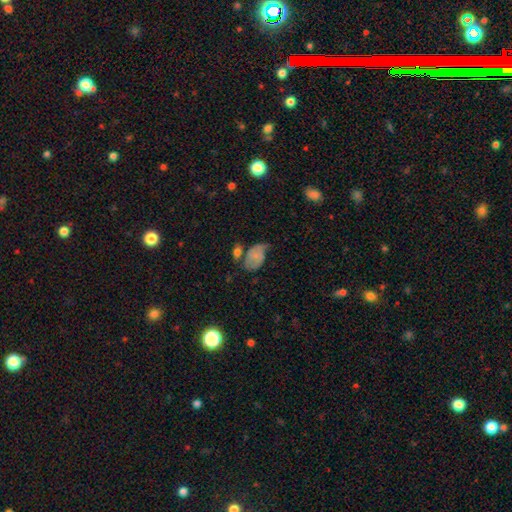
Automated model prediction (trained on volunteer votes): Smooth or featured?
  - smooth: 60% *
  - featured or disk: 31%
  - star or artifact: 10%
How rounded?
  - in between: 85% *
  - round: 13%
  - cigar-shaped: 2%
Merging?
  - minor disturbance: 31% *
  - none: 29%
  - major disturbance: 22%
  - merger: 19%